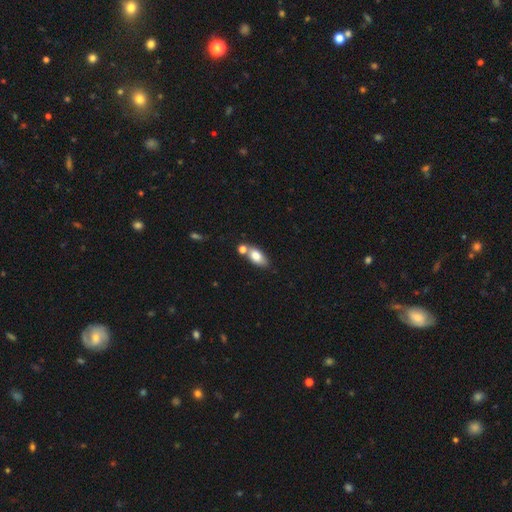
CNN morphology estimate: Overall: smooth (78%). How rounded: in between (86%). Merging: none (53%; merger 29%).